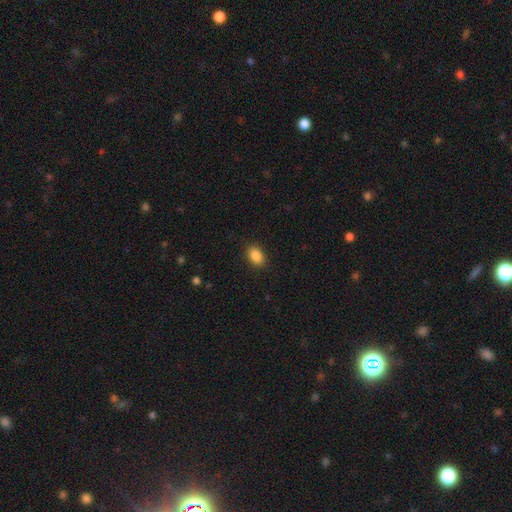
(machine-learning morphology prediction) A smooth galaxy with no disk features (88%) that is in between round and cigar-shaped (81%). Merging: none (89%).